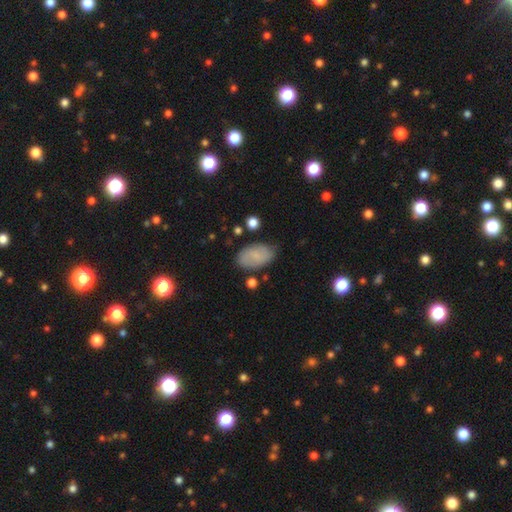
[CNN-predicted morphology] The model was most divided on "smooth or featured": smooth: 72%, featured or disk: 20%, star or artifact: 8%. More confident: how rounded — in between (93%); merging — none (77%).